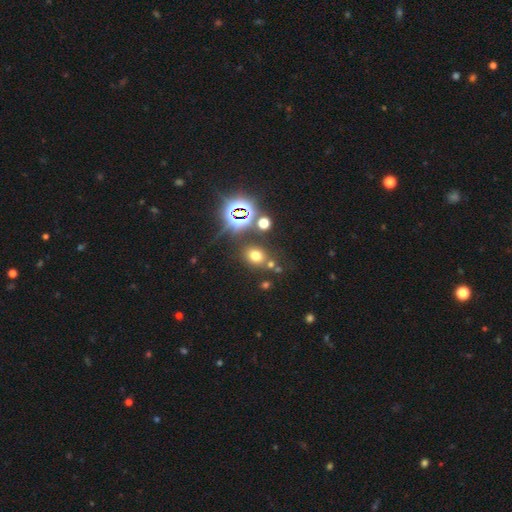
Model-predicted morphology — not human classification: Smooth or featured: smooth — 62% (star or artifact — 29%)
How rounded: round — 62% (in between — 36%)
Merging: none — 75% (minor disturbance — 10%)